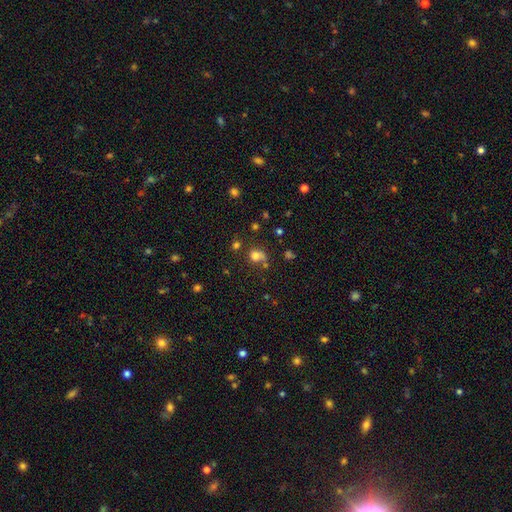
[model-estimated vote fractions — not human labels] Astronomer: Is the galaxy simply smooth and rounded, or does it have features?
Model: smooth — 74%.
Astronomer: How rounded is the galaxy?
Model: round — 69%.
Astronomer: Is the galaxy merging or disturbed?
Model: none — 45% (runner-up: merger, 21%).